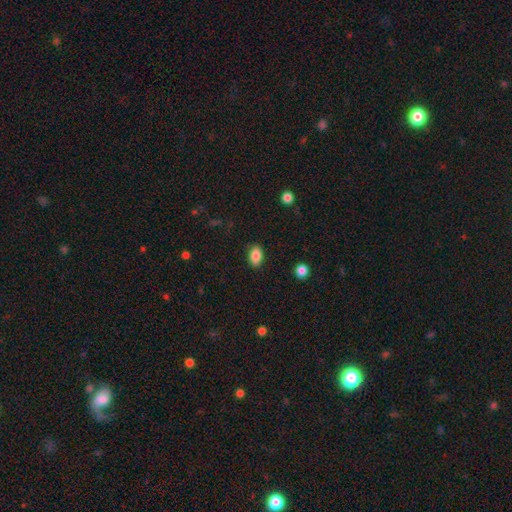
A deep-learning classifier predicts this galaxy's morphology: smooth 86%, star or artifact 8%, featured or disk 6%. Down the decision tree: how rounded — in between (88%); merging — none (87%).